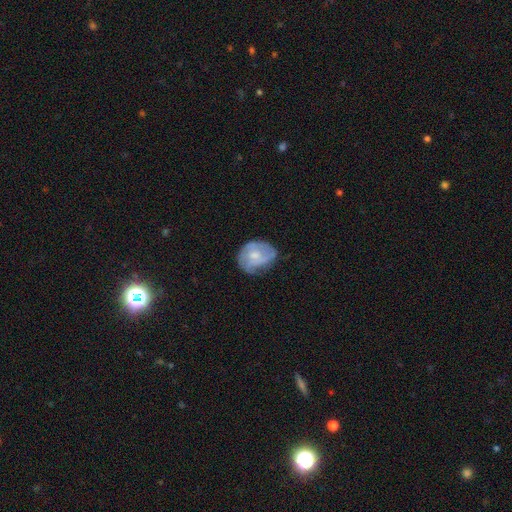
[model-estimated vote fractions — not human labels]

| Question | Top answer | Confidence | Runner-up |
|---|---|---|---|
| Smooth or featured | featured or disk | 53% | smooth (40%) |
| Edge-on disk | no | 97% | yes (3%) |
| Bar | no | 65% | weak (30%) |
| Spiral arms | yes | 69% | no (31%) |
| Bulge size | moderate | 46% | small (36%) |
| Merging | none | 51% | minor disturbance (32%) |